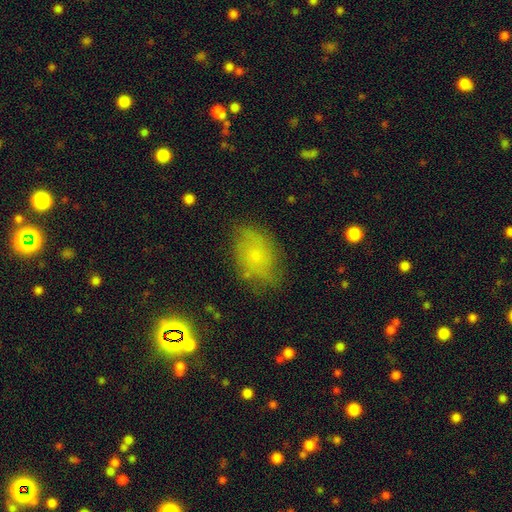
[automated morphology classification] type=smooth (53%); roundness=in between (81%); merging=none (68%).